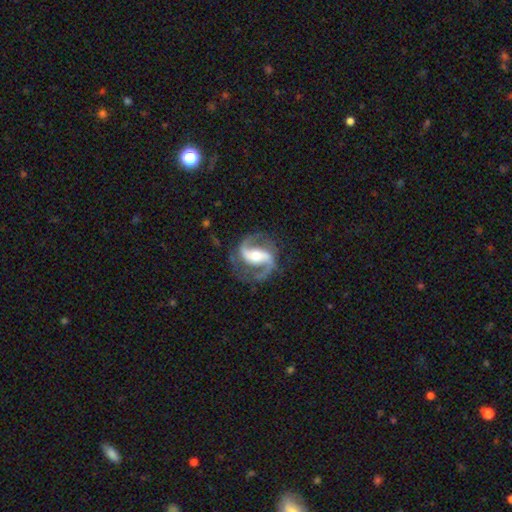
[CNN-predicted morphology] This is clearly a featured or disk galaxy (92%). It is clearly not viewed edge-on (97%). Bar: possibly strong (51%). Spiral arm pattern: clearly yes (98%). Spiral arm count: clearly 2 (93%). Spiral winding: possibly medium (58%). Central bulge: likely moderate (61%). Merging: likely none (79%).